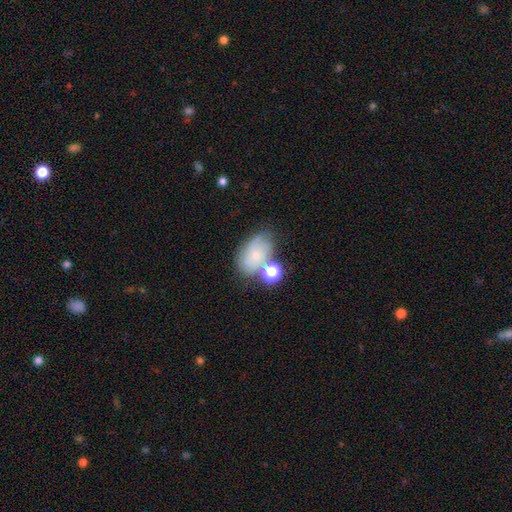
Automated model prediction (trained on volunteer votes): A smooth galaxy with no disk features (51%) that is in between round and cigar-shaped (72%).

Vote fractions:
- Smooth or featured? smooth: 51% / featured or disk: 36% / star or artifact: 13%
- How rounded? in between: 72% / round: 26% / cigar-shaped: 1%
- Merging? none: 43% / minor disturbance: 23% / merger: 22% / major disturbance: 13%